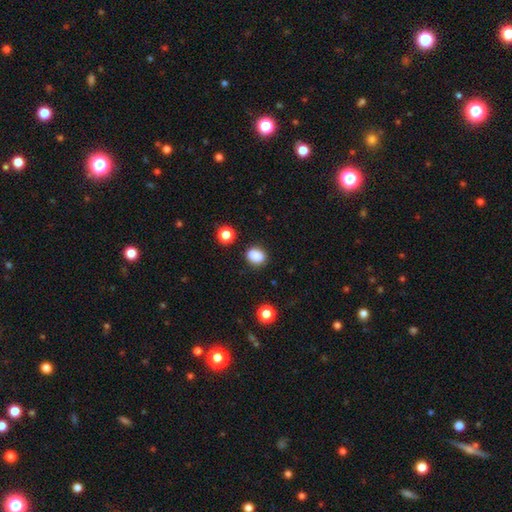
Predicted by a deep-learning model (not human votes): Overall: smooth (87%). How rounded: in between (56%; round 43%). Merging: none (83%).